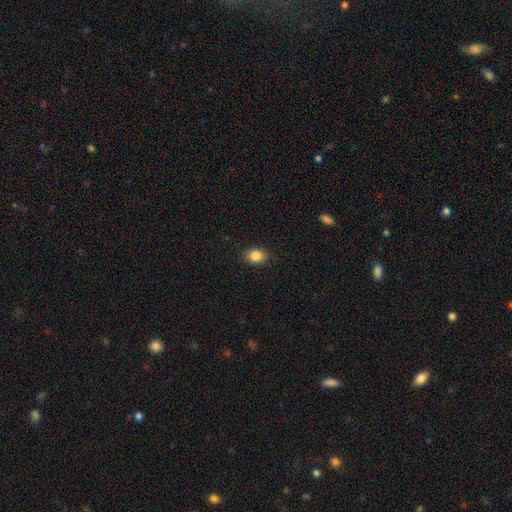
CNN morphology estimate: Smooth or featured?
  - smooth: 85% *
  - star or artifact: 9%
  - featured or disk: 5%
How rounded?
  - in between: 69% *
  - round: 30%
  - cigar-shaped: 1%
Merging?
  - none: 88% *
  - minor disturbance: 9%
  - major disturbance: 2%
  - merger: 1%